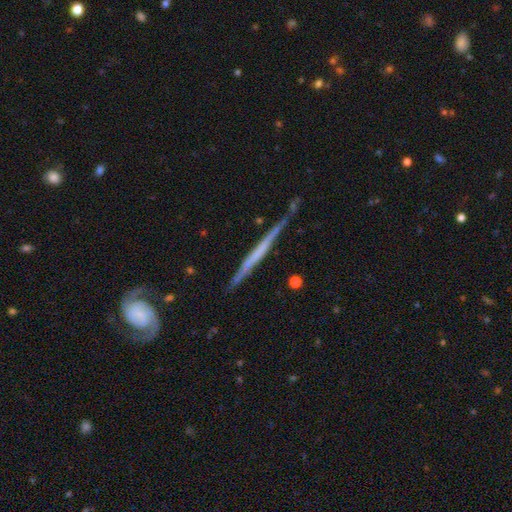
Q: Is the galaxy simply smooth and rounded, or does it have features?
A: featured or disk — 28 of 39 (72%).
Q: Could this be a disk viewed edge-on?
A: yes — 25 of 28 (89%).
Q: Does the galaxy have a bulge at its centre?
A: none — 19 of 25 (76%).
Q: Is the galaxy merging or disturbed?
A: none — 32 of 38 (84%).